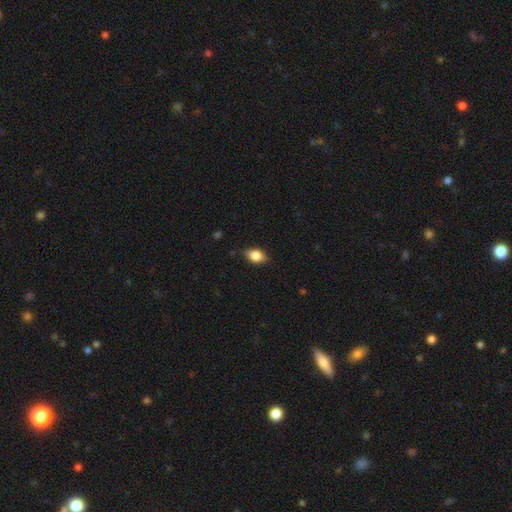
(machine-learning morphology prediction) type=smooth (83%); roundness=in between (85%); merging=none (82%).